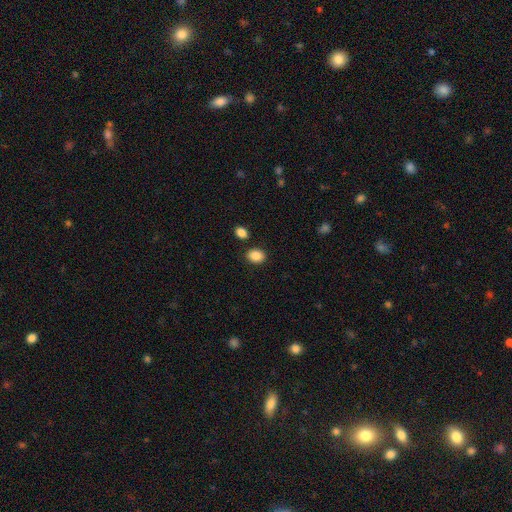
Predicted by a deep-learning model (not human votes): smooth-or-featured: smooth: 88% | star or artifact: 8% | featured or disk: 4%
  how-rounded: in between: 62% | round: 37% | cigar-shaped: 1%
  merging: none: 83% | minor disturbance: 9% | merger: 5% | major disturbance: 3%